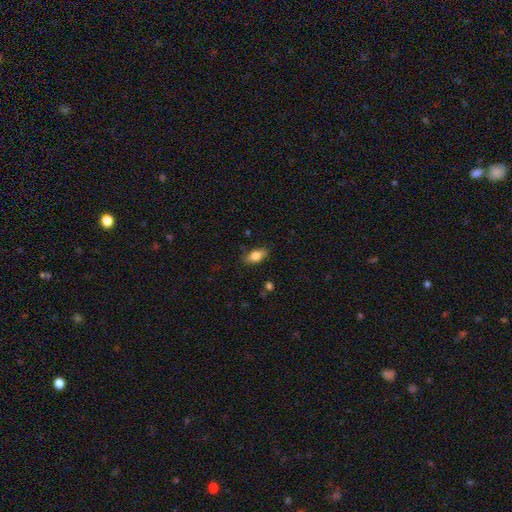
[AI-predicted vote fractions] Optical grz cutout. It shows a smooth galaxy with no disk features (78%) that is in between round and cigar-shaped (86%). Merging: none (84%).